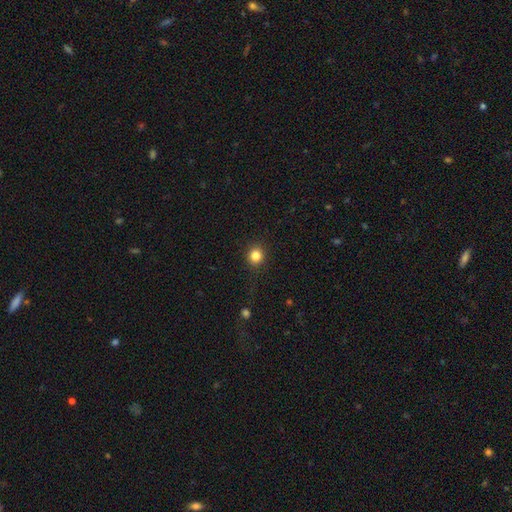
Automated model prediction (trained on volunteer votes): Smooth or featured?
  - smooth: 84% *
  - star or artifact: 12%
  - featured or disk: 5%
How rounded?
  - round: 90% *
  - in between: 10%
  - cigar-shaped: 1%
Merging?
  - none: 90% *
  - minor disturbance: 7%
  - major disturbance: 3%
  - merger: 1%